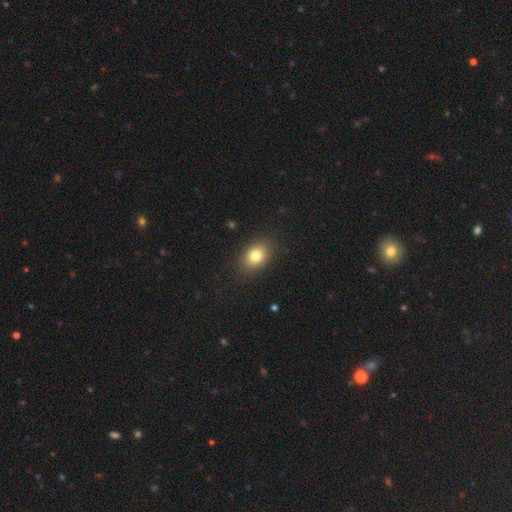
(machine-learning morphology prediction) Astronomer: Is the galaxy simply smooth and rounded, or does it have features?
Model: smooth — 79%.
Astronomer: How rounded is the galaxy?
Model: in between — 69%.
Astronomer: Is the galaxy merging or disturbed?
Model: none — 85%.